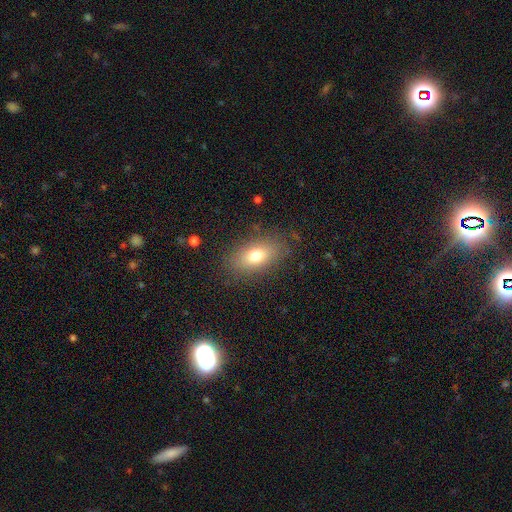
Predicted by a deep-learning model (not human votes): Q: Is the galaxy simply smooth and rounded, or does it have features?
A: smooth — 74%.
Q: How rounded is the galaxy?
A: in between — 84%.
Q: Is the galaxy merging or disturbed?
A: none — 83%.